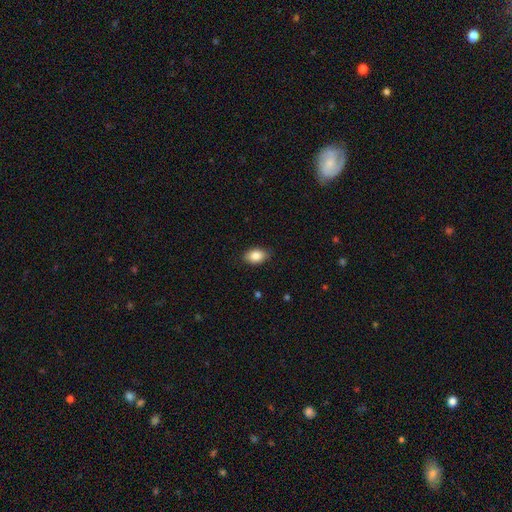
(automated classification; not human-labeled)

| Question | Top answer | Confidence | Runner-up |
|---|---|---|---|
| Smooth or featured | smooth | 86% | star or artifact (7%) |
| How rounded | in between | 88% | round (11%) |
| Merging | none | 87% | minor disturbance (10%) |